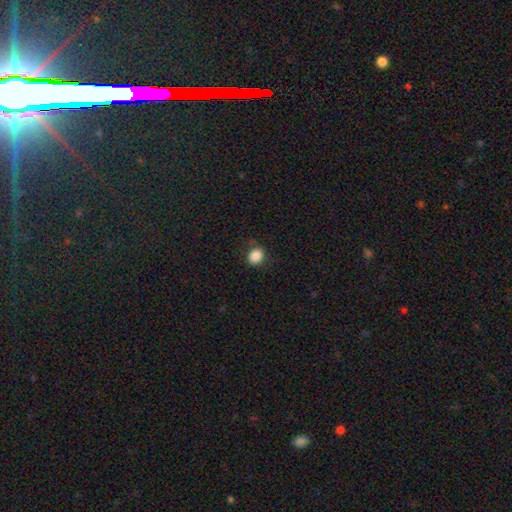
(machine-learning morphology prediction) A smooth galaxy with no disk features (85%) that is round (57%). Merging: none (74%).